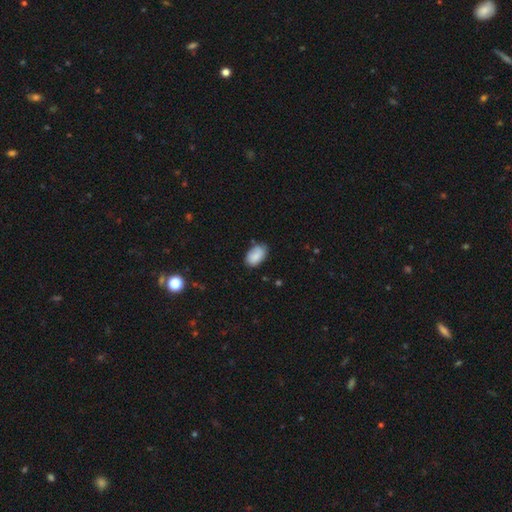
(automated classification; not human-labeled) Q: Smooth or featured?
A: smooth (80%); runner-up: featured or disk (12%)
Q: How rounded?
A: in between (92%); runner-up: round (6%)
Q: Merging?
A: none (68%); runner-up: minor disturbance (25%)